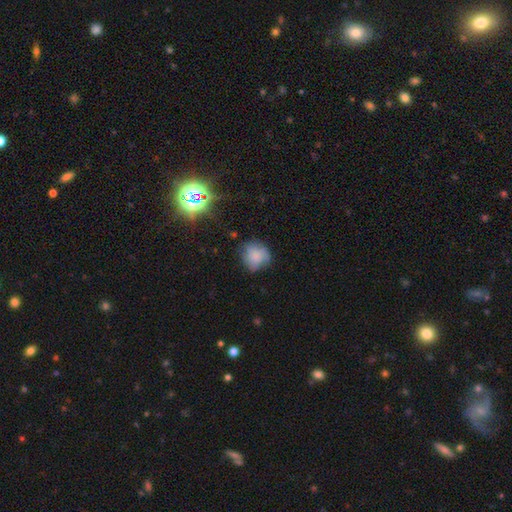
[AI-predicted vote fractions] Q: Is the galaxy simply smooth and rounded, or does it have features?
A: smooth — 69%.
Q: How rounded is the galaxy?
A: round — 79%.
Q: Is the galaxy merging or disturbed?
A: none — 59%.